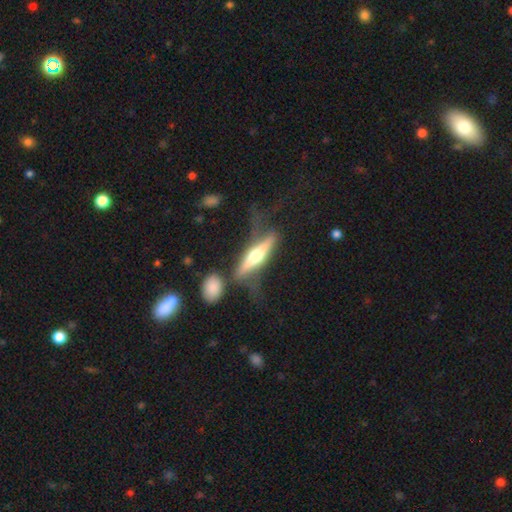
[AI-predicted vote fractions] A featured or disk galaxy (67%) viewed edge-on (88%) with a rounded central bulge (86%). Merging: none (51%).